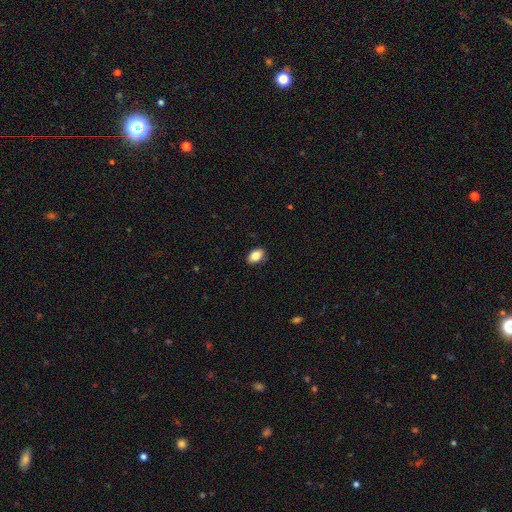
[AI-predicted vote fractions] Smooth or featured: smooth — 85% (star or artifact — 8%)
How rounded: in between — 87% (round — 12%)
Merging: none — 87% (minor disturbance — 10%)